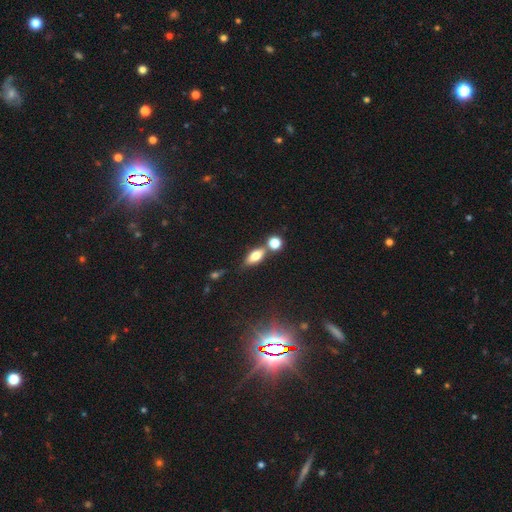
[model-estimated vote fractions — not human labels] Smooth or featured?
  - smooth: 72% *
  - featured or disk: 17%
  - star or artifact: 11%
How rounded?
  - in between: 75% *
  - cigar-shaped: 15%
  - round: 10%
Merging?
  - none: 56% *
  - merger: 25%
  - minor disturbance: 13%
  - major disturbance: 5%